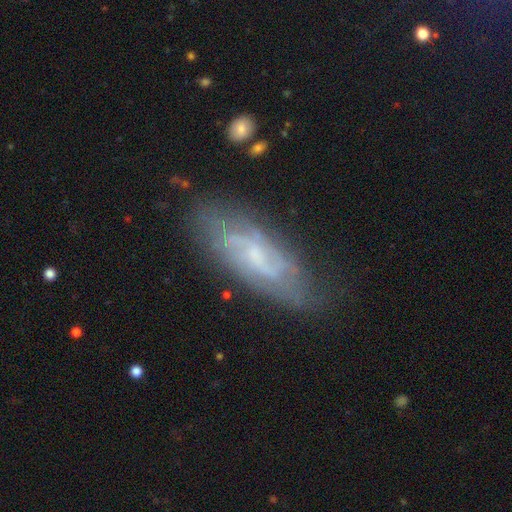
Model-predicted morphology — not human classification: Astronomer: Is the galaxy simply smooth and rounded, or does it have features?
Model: featured or disk — 71%.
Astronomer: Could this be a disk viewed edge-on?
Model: no — 84%.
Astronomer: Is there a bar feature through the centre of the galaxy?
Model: weak — 46% (runner-up: no, 44%).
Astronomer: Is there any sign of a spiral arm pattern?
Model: yes — 81%.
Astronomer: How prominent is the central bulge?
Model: small — 55%.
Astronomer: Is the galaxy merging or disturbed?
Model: none — 70%.